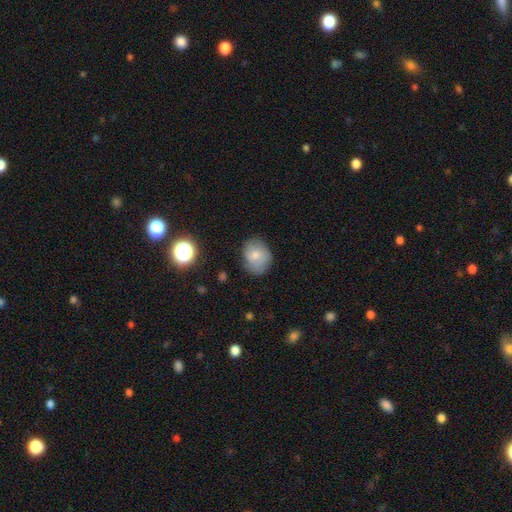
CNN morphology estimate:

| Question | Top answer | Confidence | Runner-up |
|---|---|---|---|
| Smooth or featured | smooth | 68% | featured or disk (23%) |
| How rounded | round | 56% | in between (43%) |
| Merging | none | 69% | minor disturbance (23%) |